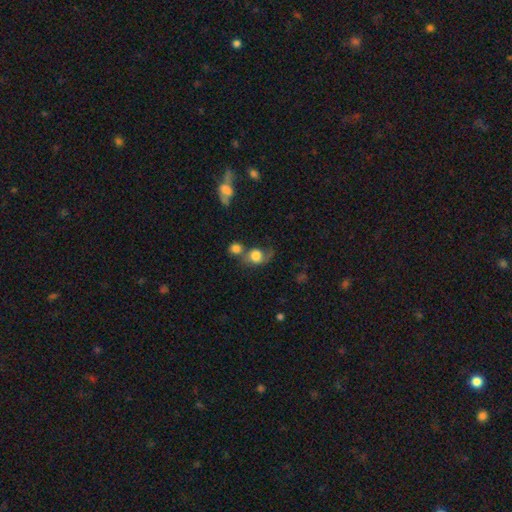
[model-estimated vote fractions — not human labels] smooth 69%, featured or disk 21%, star or artifact 10%. Down the decision tree: how rounded — round (69%); merging — merger (37%).